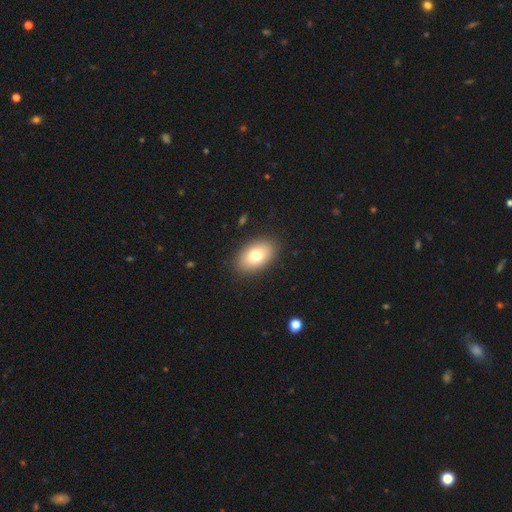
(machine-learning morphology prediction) Smooth or featured? smooth (75%)
How rounded? in between (88%)
Merging? none (88%)